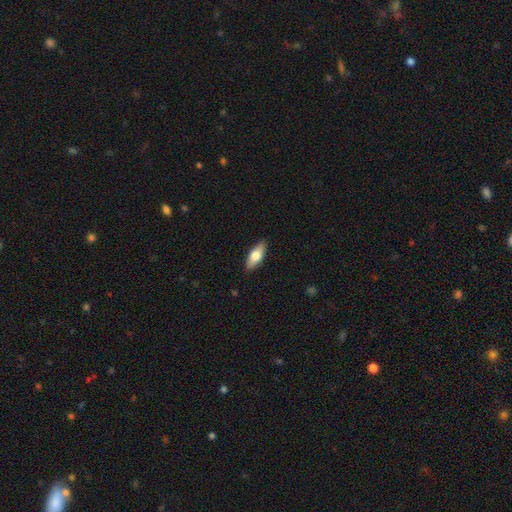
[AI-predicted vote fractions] smooth-or-featured: smooth: 67% | featured or disk: 28% | star or artifact: 6%
  how-rounded: in between: 73% | cigar-shaped: 24% | round: 3%
  merging: none: 88% | minor disturbance: 9% | major disturbance: 2% | merger: 1%